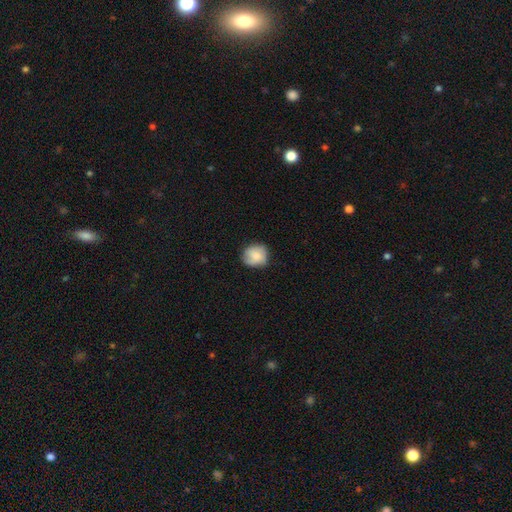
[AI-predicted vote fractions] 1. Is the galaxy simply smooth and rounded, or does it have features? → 80% smooth, 13% featured or disk, 7% star or artifact.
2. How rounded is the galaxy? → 81% round, 18% in between, 1% cigar-shaped.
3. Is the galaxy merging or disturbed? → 75% none, 20% minor disturbance, 4% major disturbance, 1% merger.